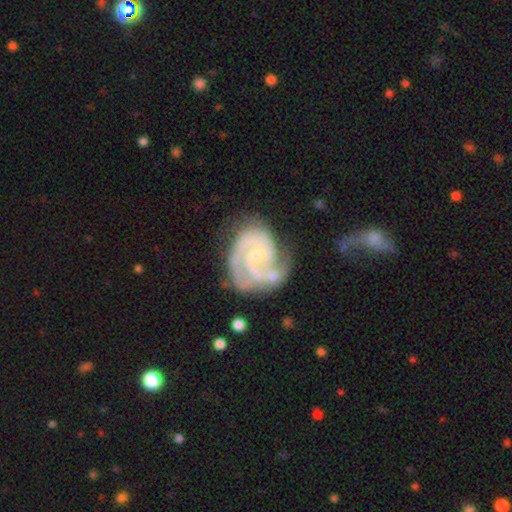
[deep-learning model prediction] Morphology: type=featured or disk (88%); edge-on=no (98%); bar=no (61%); spiral arms=yes (96%); winding=tight (56%); arm count=2 (43%); bulge=small (62%); merging=none (46%).